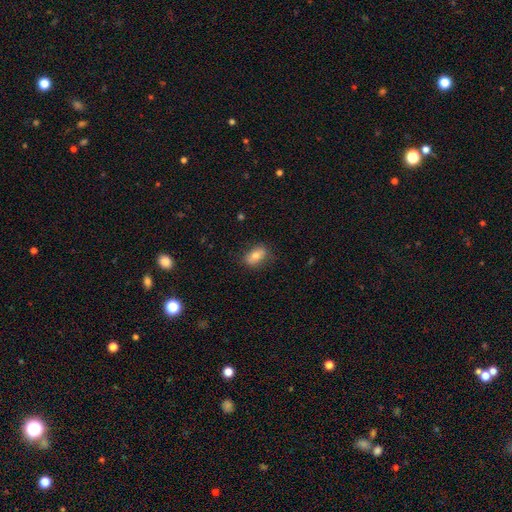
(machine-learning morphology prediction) smooth-or-featured: smooth: 74% | featured or disk: 18% | star or artifact: 8%
  how-rounded: in between: 84% | round: 12% | cigar-shaped: 5%
  merging: none: 81% | minor disturbance: 15% | major disturbance: 3% | merger: 1%